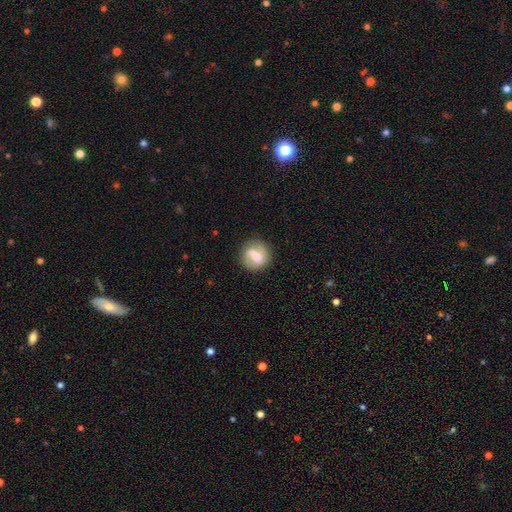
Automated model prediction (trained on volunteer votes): Smooth or featured: smooth — 49% (featured or disk — 43%)
Merging: none — 77% (minor disturbance — 15%)